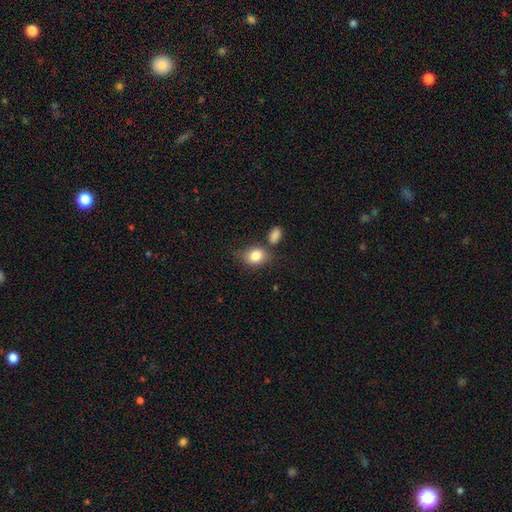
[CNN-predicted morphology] Overall: smooth (82%). How rounded: in between (60%; round 38%). Merging: none (57%; minor disturbance 18%).